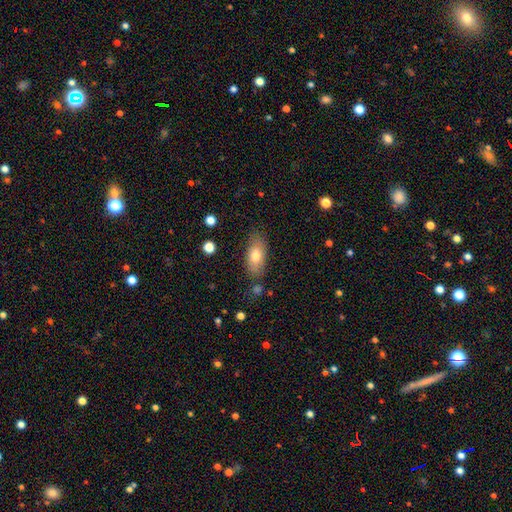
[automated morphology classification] A smooth galaxy with no disk features (74%) that is in between round and cigar-shaped (86%). Merging: none (78%).